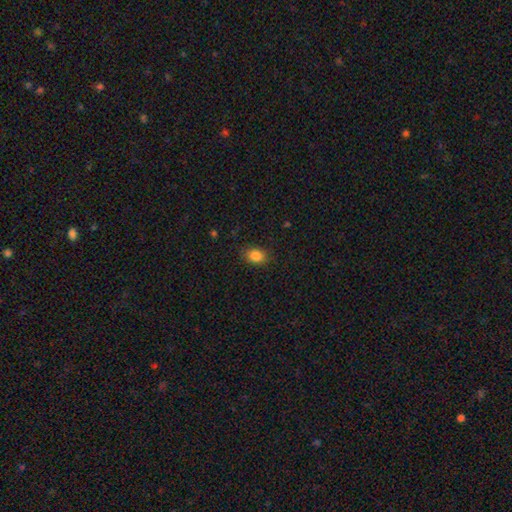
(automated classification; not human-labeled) Smooth or featured: smooth — 85% (star or artifact — 10%)
How rounded: in between — 70% (round — 28%)
Merging: none — 83% (minor disturbance — 12%)